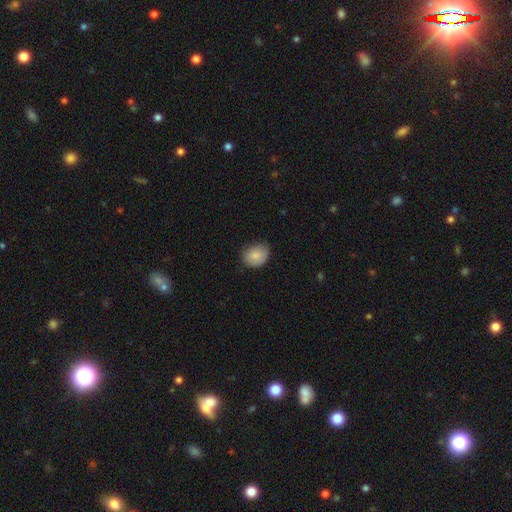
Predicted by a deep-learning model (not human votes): Morphology: type=smooth (86%); roundness=round (53%); merging=none (75%).